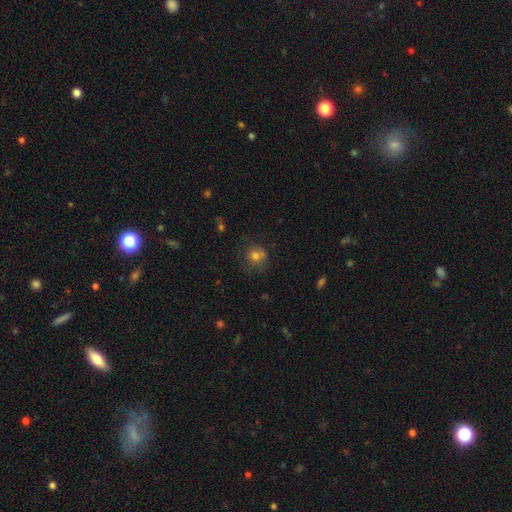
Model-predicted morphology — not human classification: This appears to be a smooth galaxy with no disk features (70%) that is round (82%). Merging: none (57%).